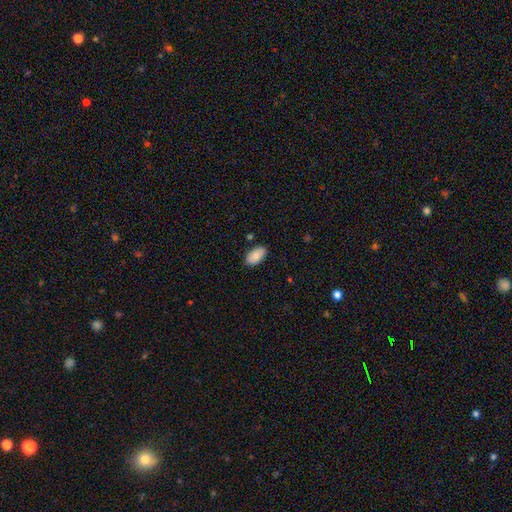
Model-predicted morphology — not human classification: Overall: smooth (87%). How rounded: in between (95%). Merging: none (86%).